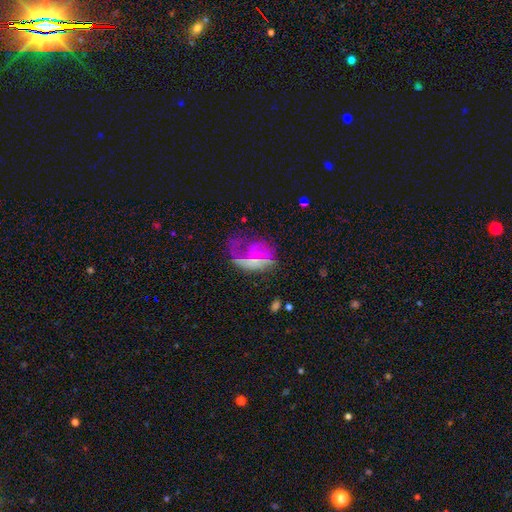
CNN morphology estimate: Smooth or featured: featured or disk — 51% (smooth — 34%)
Edge-on disk: no — 94% (yes — 6%)
Merging: major disturbance — 49% (none — 24%)